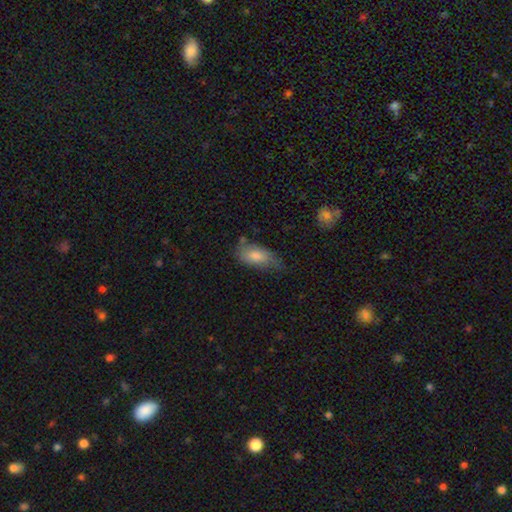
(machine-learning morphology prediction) Smooth or featured? smooth (72%)
How rounded? in between (89%)
Merging? none (51%)